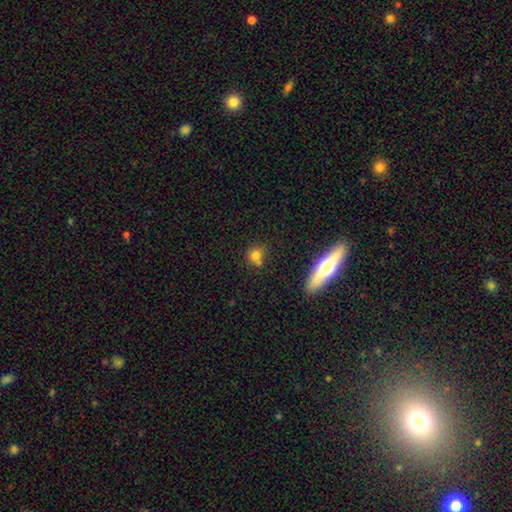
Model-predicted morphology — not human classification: A smooth galaxy with no disk features (73%) that is round (78%). Merging: none (58%).